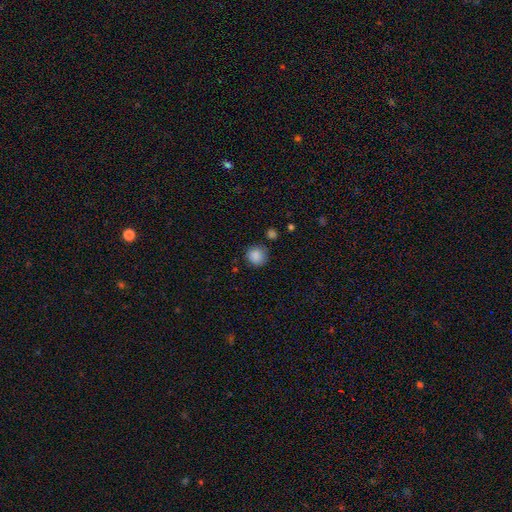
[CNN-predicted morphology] A smooth galaxy with no disk features (87%) that is round (90%). Merging: none (79%).